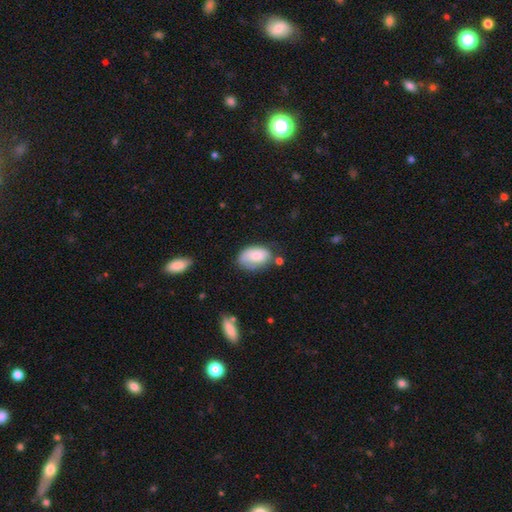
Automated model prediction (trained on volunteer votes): Overall: smooth (76%). How rounded: in between (91%). Merging: none (52%; minor disturbance 30%).